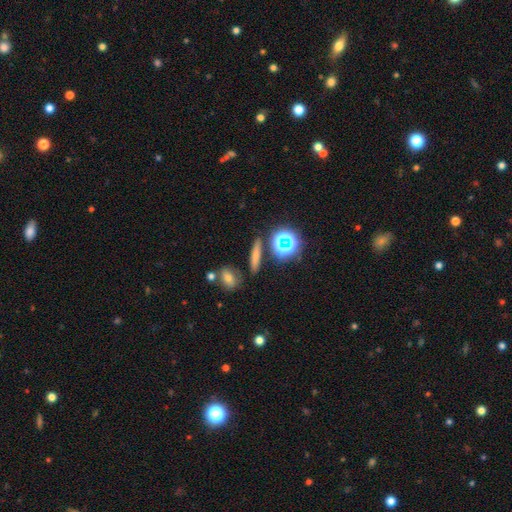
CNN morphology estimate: This appears to be a smooth galaxy with no disk features (66%) that is cigar-shaped (73%). Merging: none (84%).